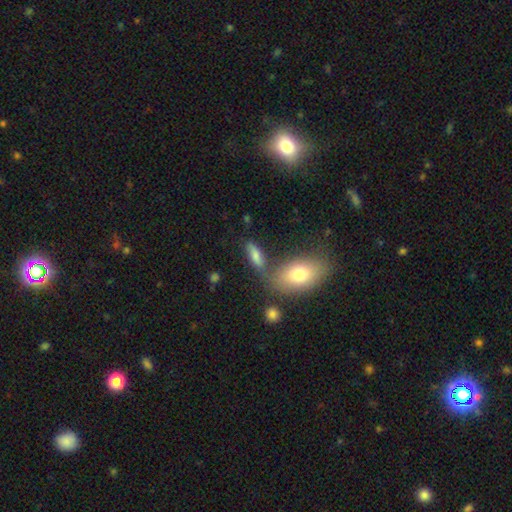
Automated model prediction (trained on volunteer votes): A smooth galaxy with no disk features (70%) that is in between round and cigar-shaped (64%). Merging: none (53%).